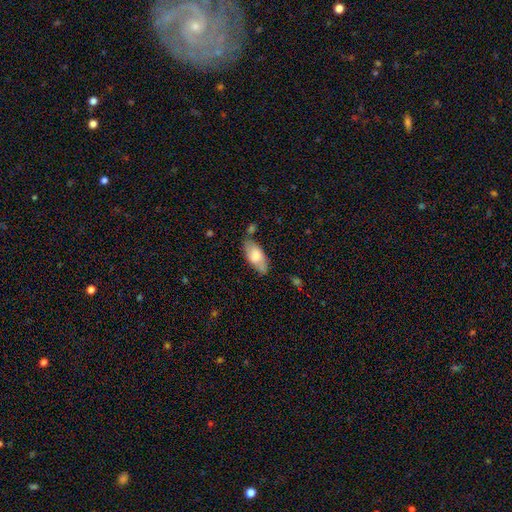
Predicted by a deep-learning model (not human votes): Smooth or featured: smooth — 71% (featured or disk — 23%)
How rounded: in between — 88% (cigar-shaped — 10%)
Merging: none — 68% (minor disturbance — 21%)